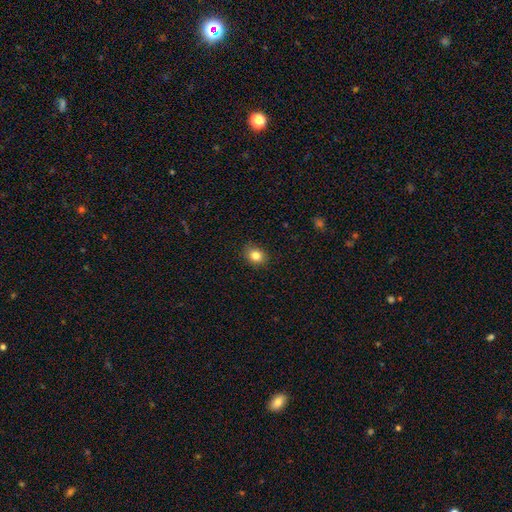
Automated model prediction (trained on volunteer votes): A smooth galaxy with no disk features (83%) that is in between round and cigar-shaped (51%). Merging: none (87%).